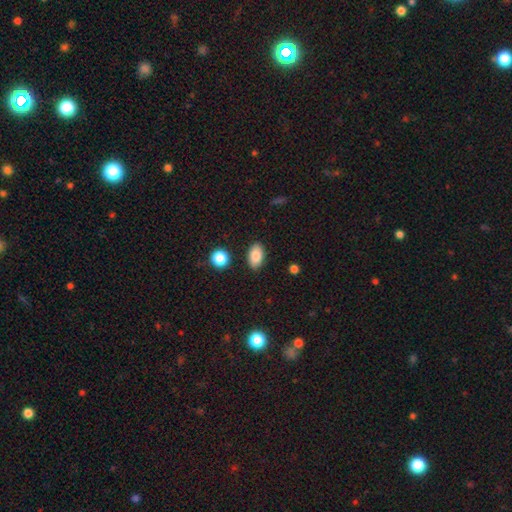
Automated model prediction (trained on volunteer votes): A smooth galaxy with no disk features (84%) that is in between round and cigar-shaped (92%). Merging: none (88%).